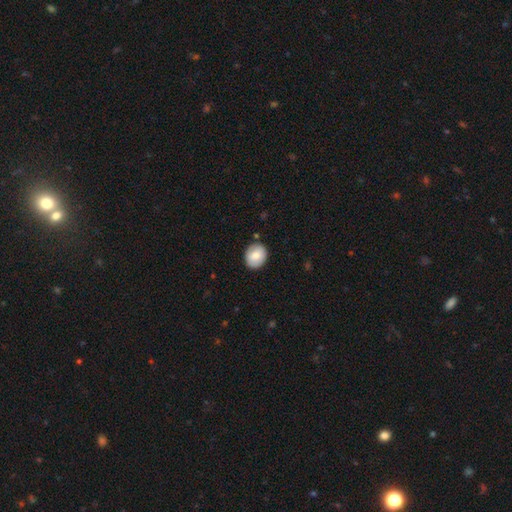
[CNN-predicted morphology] type=smooth (79%); roundness=round (61%); merging=none (85%).